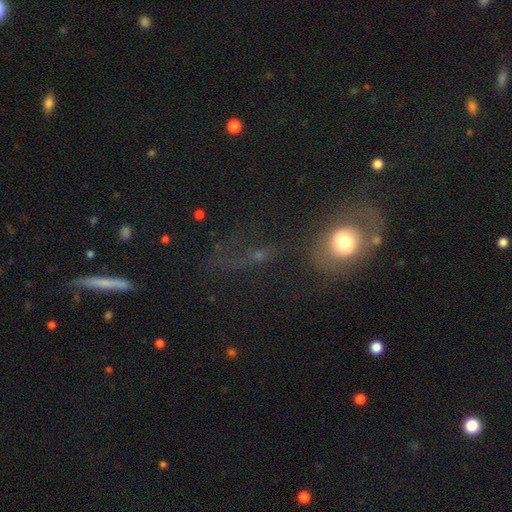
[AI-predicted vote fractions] smooth 41%, star or artifact 31%, featured or disk 29%. Down the decision tree: merging — none (45%).